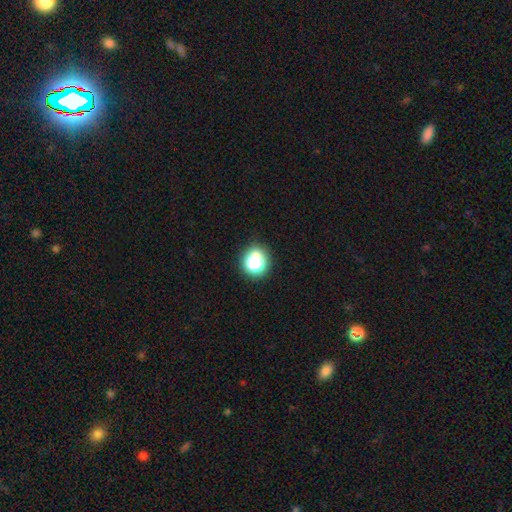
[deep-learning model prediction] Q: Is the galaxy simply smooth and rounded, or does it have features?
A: smooth — 64%.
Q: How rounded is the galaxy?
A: round — 83%.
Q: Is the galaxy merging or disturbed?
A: none — 76%.